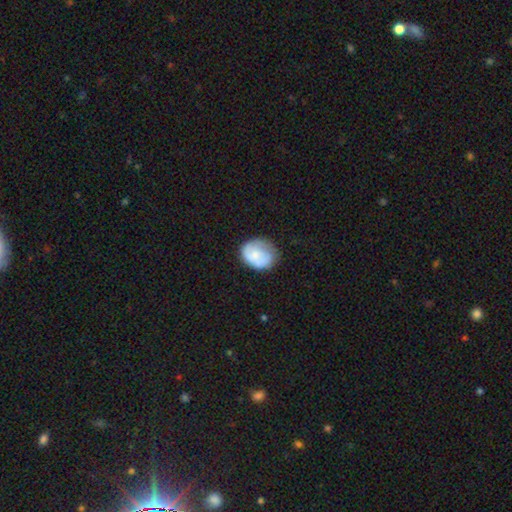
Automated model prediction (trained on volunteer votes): Smooth or featured? smooth (61%)
How rounded? round (52%)
Merging? none (56%)